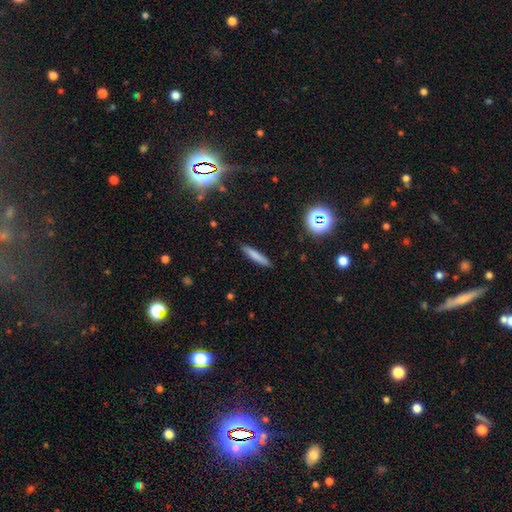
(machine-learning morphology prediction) Smooth or featured? smooth (78%)
How rounded? cigar-shaped (90%)
Merging? none (88%)